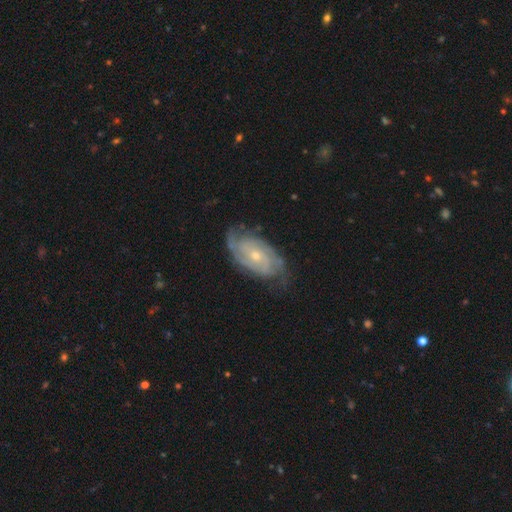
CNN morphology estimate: Smooth or featured? featured or disk (86%)
Edge-on disk? no (95%)
Bar? no (68%)
Spiral arms? yes (96%)
Spiral winding? tight (63%)
Spiral arm count? 2 (41%)
Bulge size? small (62%)
Merging? none (72%)